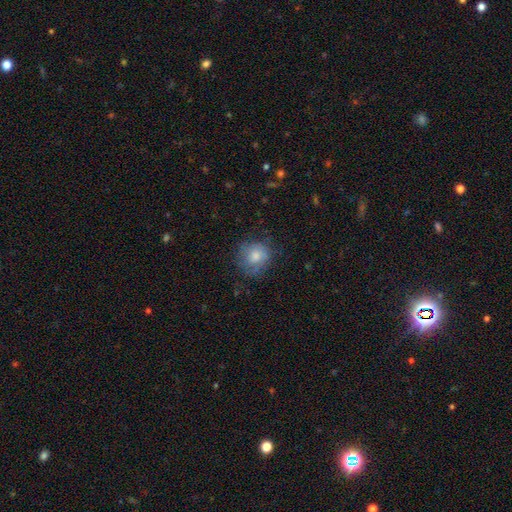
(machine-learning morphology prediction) A smooth galaxy with no disk features (73%) that is round (82%). Merging: none (65%).